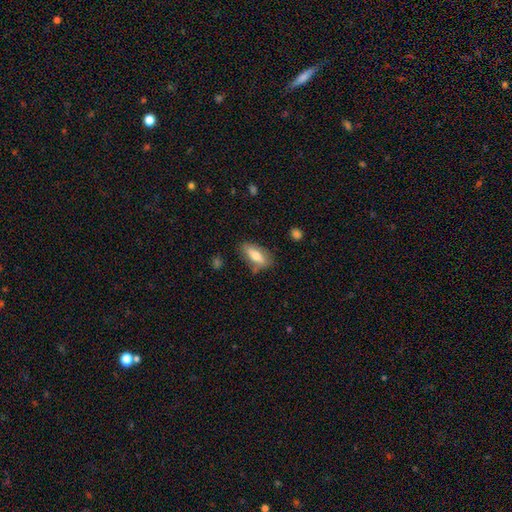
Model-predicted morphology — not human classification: smooth 65%, featured or disk 28%, star or artifact 7%. Down the decision tree: how rounded — in between (75%); merging — none (74%).